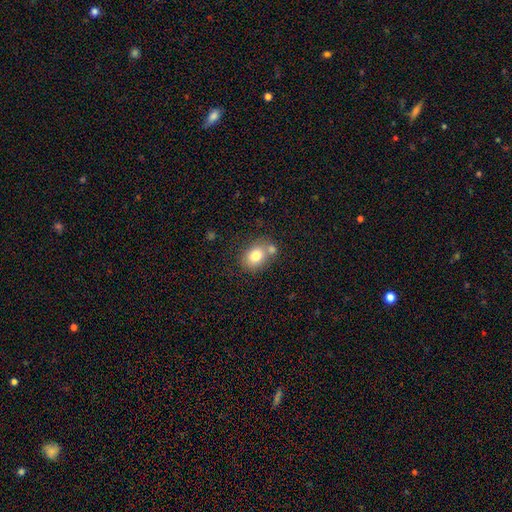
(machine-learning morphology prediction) This appears to be a smooth galaxy with no disk features (78%) that is in between round and cigar-shaped (58%). Merging: none (55%).